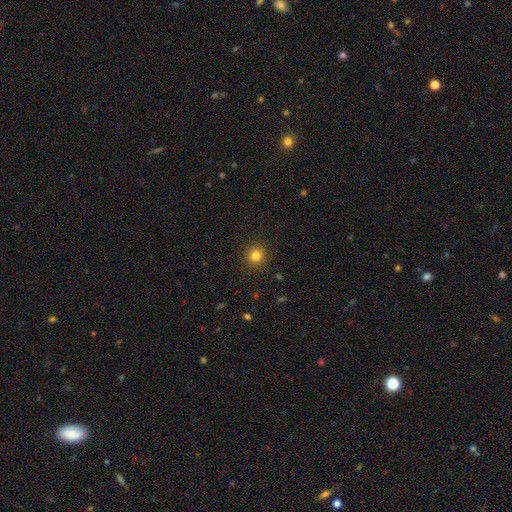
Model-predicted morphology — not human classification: Smooth or featured?
  - smooth: 82% *
  - star or artifact: 13%
  - featured or disk: 5%
How rounded?
  - round: 90% *
  - in between: 9%
  - cigar-shaped: 1%
Merging?
  - none: 90% *
  - minor disturbance: 6%
  - major disturbance: 2%
  - merger: 1%